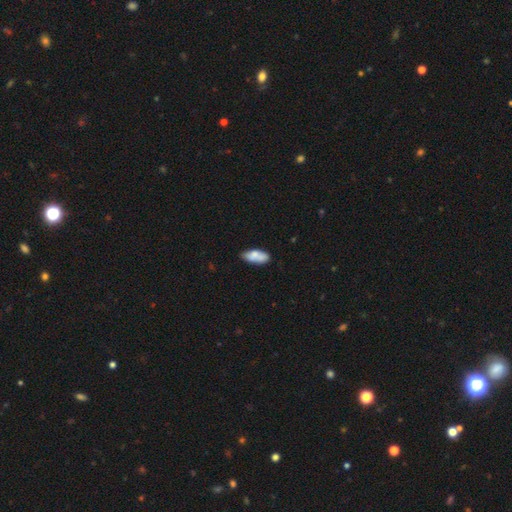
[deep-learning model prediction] Smooth or featured: smooth — 73% (featured or disk — 20%)
How rounded: in between — 82% (cigar-shaped — 15%)
Merging: none — 59% (minor disturbance — 24%)